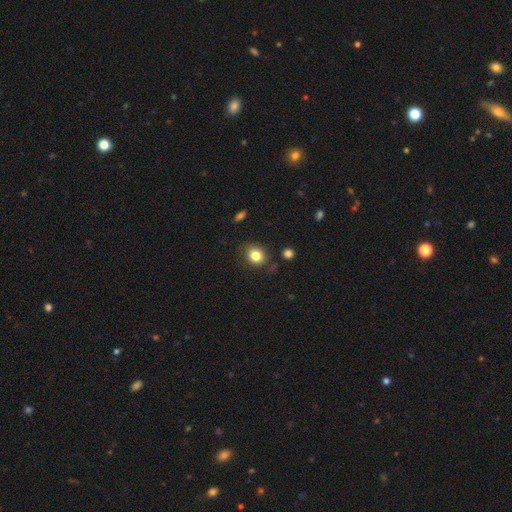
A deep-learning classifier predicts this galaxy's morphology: smooth 82%, star or artifact 11%, featured or disk 7%. Down the decision tree: how rounded — round (64%); merging — none (82%).